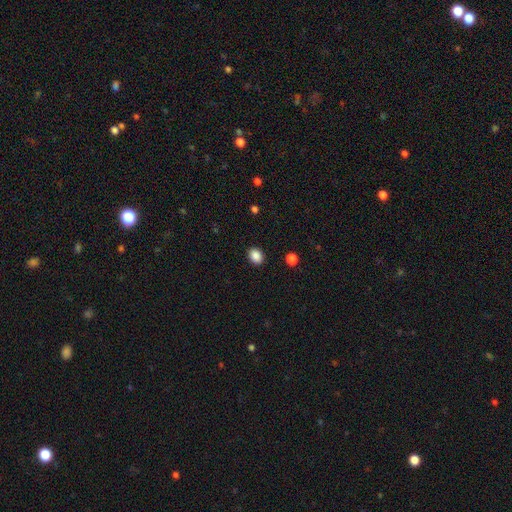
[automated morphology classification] Smooth or featured: smooth — 88% (star or artifact — 9%)
How rounded: in between — 57% (round — 42%)
Merging: none — 90% (minor disturbance — 7%)